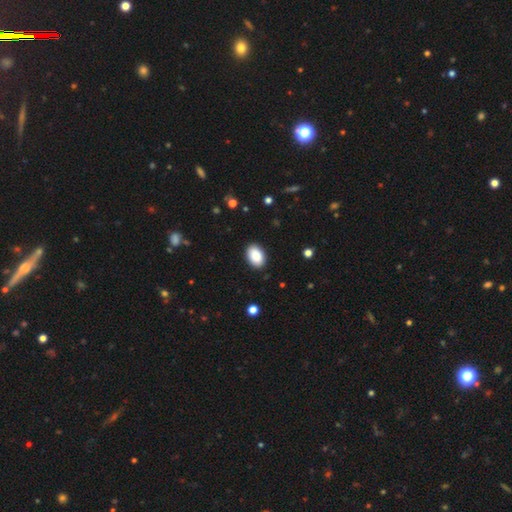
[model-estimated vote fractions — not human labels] A smooth galaxy with no disk features (90%) that is in between round and cigar-shaped (88%). Merging: none (90%).